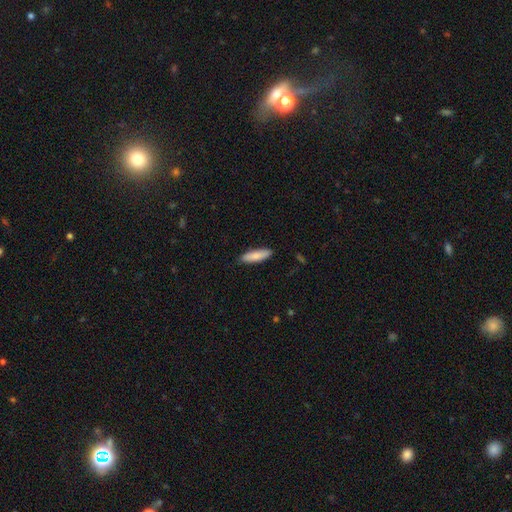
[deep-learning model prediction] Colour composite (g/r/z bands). It shows a smooth galaxy with no disk features (85%) that is cigar-shaped (65%). Merging: none (89%).